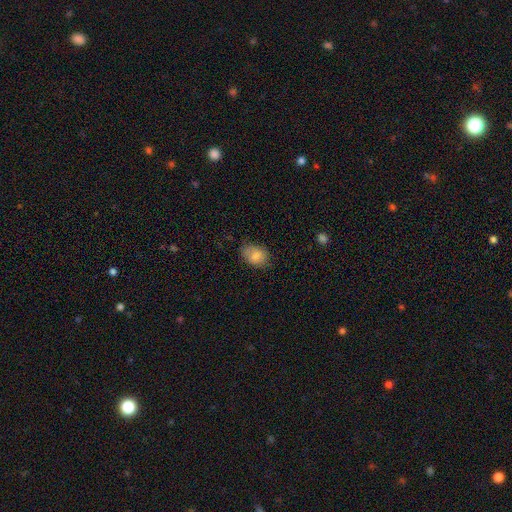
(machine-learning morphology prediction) Q: Smooth or featured?
A: smooth (83%); runner-up: featured or disk (9%)
Q: How rounded?
A: in between (74%); runner-up: round (25%)
Q: Merging?
A: none (69%); runner-up: minor disturbance (24%)